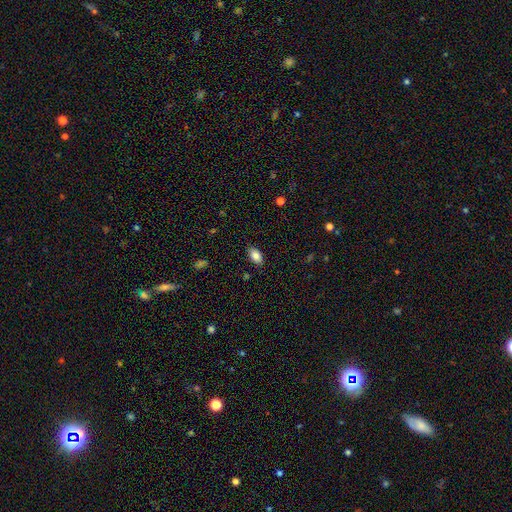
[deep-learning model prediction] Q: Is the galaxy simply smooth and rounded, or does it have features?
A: smooth — 86%.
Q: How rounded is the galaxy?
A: in between — 92%.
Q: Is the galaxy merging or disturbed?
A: none — 86%.